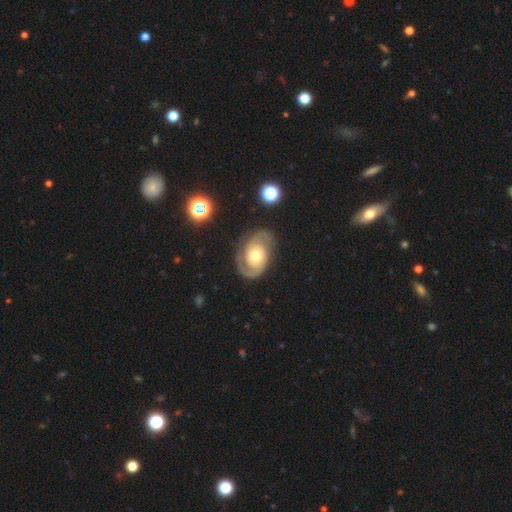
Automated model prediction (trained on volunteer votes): This appears to be a featured or disk galaxy (86%) with no bar (74%), 2 (89%) tight (48%) spiral arms (96%) and a moderate central bulge (69%). Merging: none (79%).